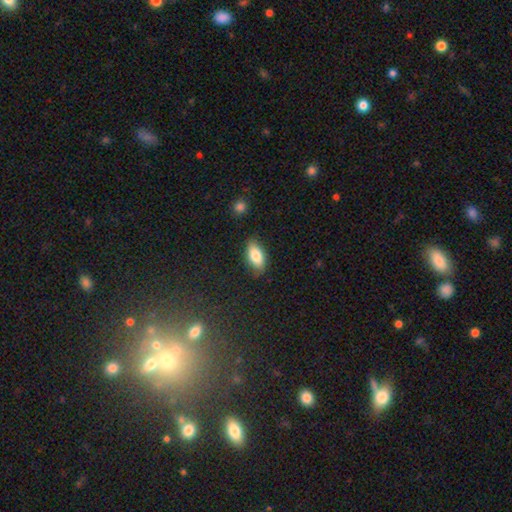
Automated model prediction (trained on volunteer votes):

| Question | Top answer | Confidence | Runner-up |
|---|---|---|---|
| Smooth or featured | smooth | 81% | featured or disk (12%) |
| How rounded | in between | 89% | cigar-shaped (8%) |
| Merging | none | 81% | minor disturbance (14%) |